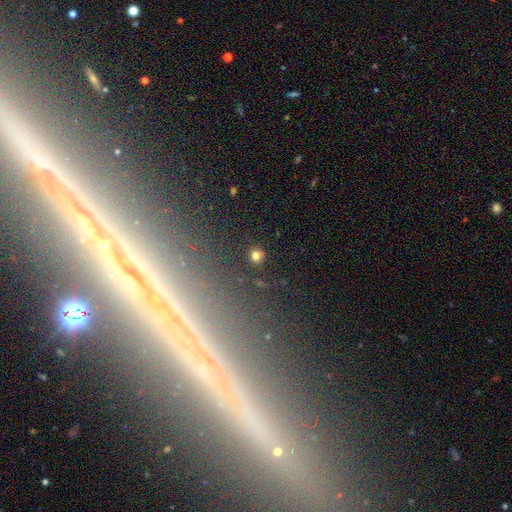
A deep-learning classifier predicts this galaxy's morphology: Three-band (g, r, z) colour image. It shows a smooth galaxy with no disk features (77%) that is round (89%). Merging: none (89%).